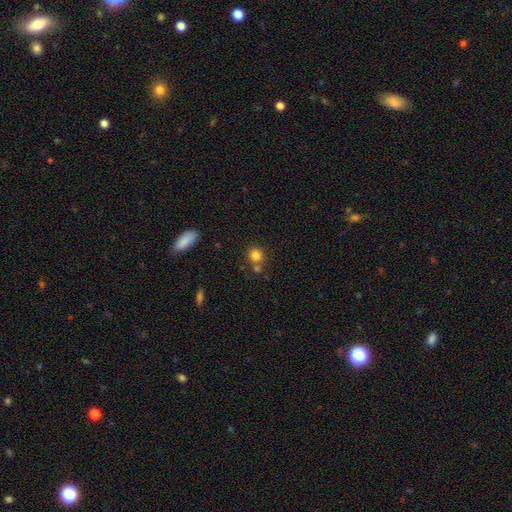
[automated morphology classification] Smooth or featured?
  - smooth: 82% *
  - star or artifact: 12%
  - featured or disk: 6%
How rounded?
  - round: 88% *
  - in between: 11%
  - cigar-shaped: 1%
Merging?
  - none: 64% *
  - merger: 23%
  - minor disturbance: 10%
  - major disturbance: 3%